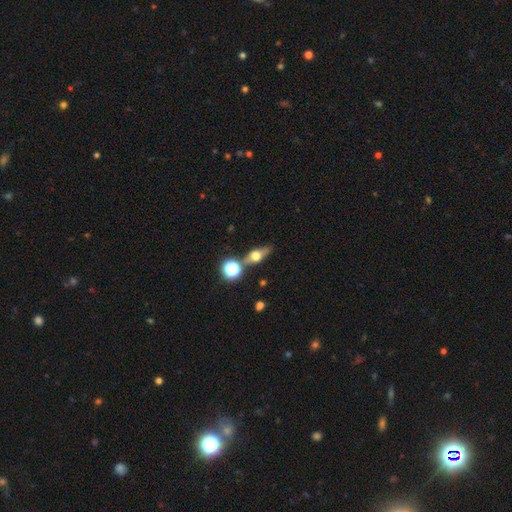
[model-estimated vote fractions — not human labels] Smooth or featured? Predicted: featured or disk (p=0.47). Merging? Predicted: none (p=0.72).